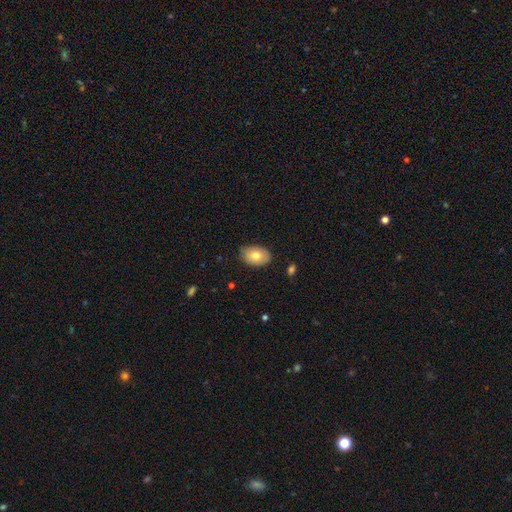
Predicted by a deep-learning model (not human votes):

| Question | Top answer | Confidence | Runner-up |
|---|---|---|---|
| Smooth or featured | smooth | 78% | featured or disk (15%) |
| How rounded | in between | 87% | round (11%) |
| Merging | none | 83% | minor disturbance (13%) |